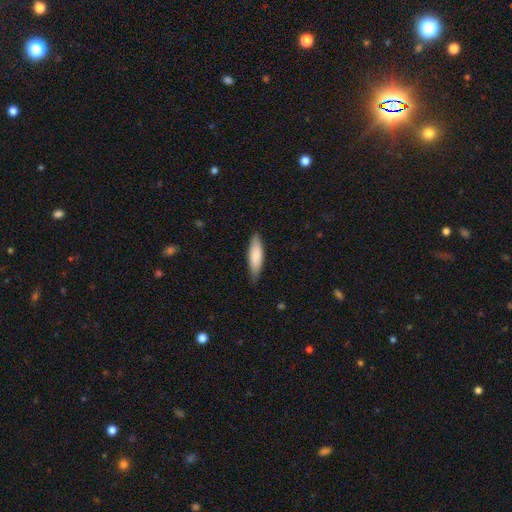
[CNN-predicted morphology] Q: Smooth or featured?
A: smooth (83%); runner-up: featured or disk (11%)
Q: How rounded?
A: cigar-shaped (61%); runner-up: in between (38%)
Q: Merging?
A: none (82%); runner-up: minor disturbance (15%)